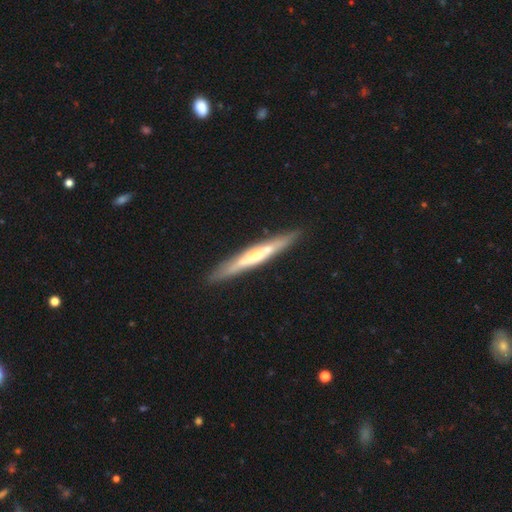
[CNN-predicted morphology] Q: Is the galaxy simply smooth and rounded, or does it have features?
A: featured or disk — 66%.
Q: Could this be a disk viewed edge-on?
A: yes — 90%.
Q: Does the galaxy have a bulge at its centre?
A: rounded — 66%.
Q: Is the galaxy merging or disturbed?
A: none — 87%.